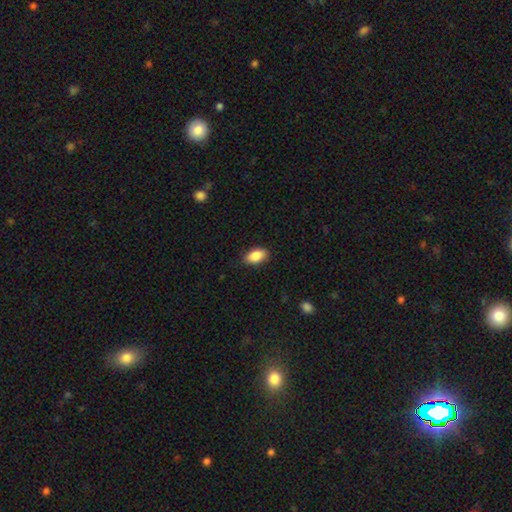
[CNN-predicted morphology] This is clearly a smooth galaxy (88%). How rounded: clearly in between (92%). Merging: clearly none (86%).